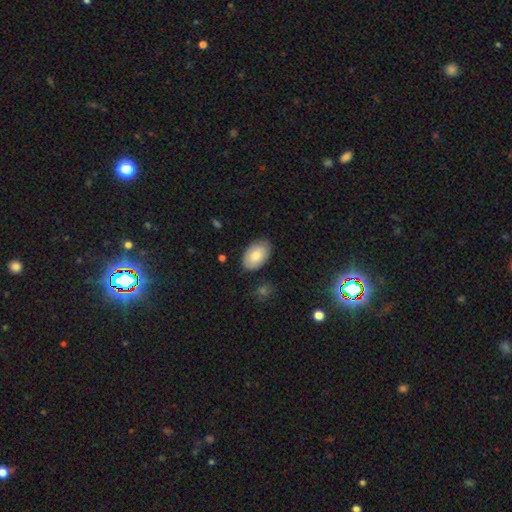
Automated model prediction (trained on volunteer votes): Smooth or featured: smooth — 83% (featured or disk — 11%)
How rounded: in between — 93% (round — 6%)
Merging: none — 84% (minor disturbance — 12%)